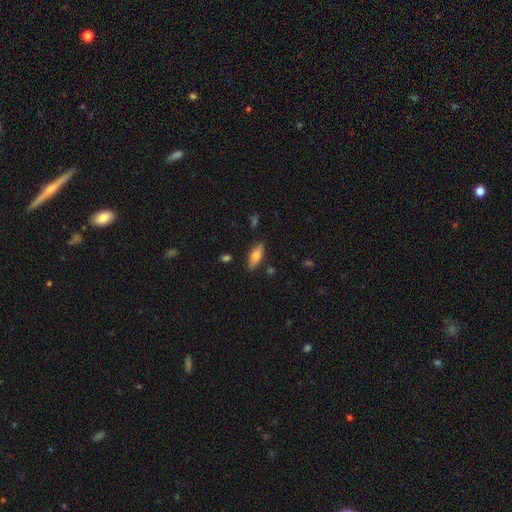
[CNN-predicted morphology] smooth 67%, featured or disk 27%, star or artifact 7%. Down the decision tree: how rounded — in between (69%); merging — none (83%).